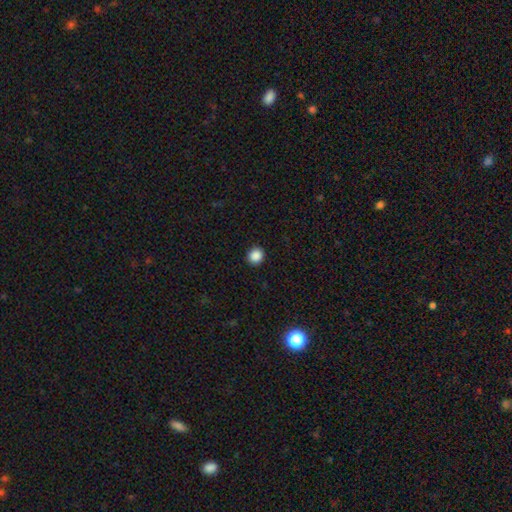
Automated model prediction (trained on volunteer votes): Smooth or featured? smooth (87%)
How rounded? round (87%)
Merging? none (92%)